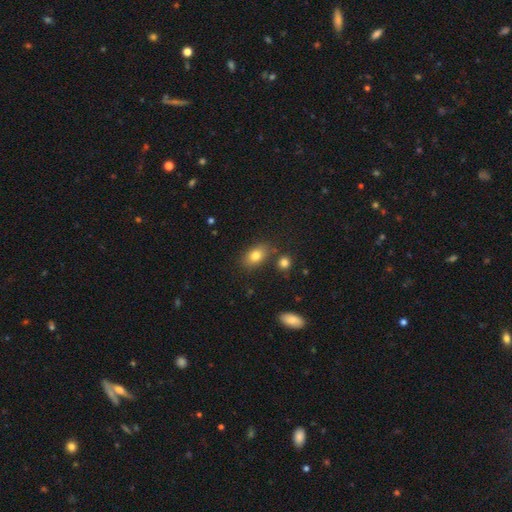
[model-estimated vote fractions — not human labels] Q: Smooth or featured?
A: smooth (80%); runner-up: featured or disk (11%)
Q: How rounded?
A: in between (84%); runner-up: round (14%)
Q: Merging?
A: none (77%); runner-up: minor disturbance (13%)